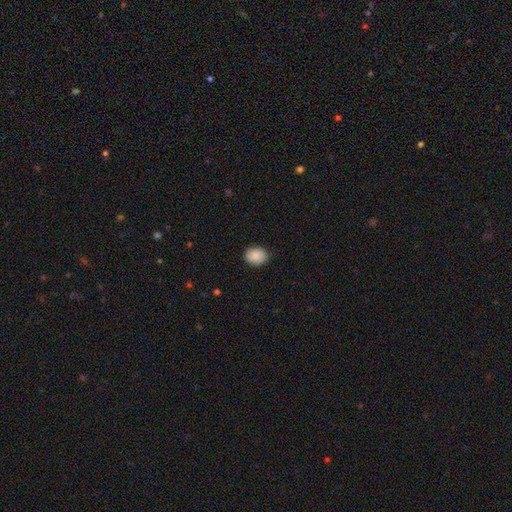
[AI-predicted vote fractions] Overall: smooth (88%). How rounded: round (54%; in between 45%). Merging: none (87%).